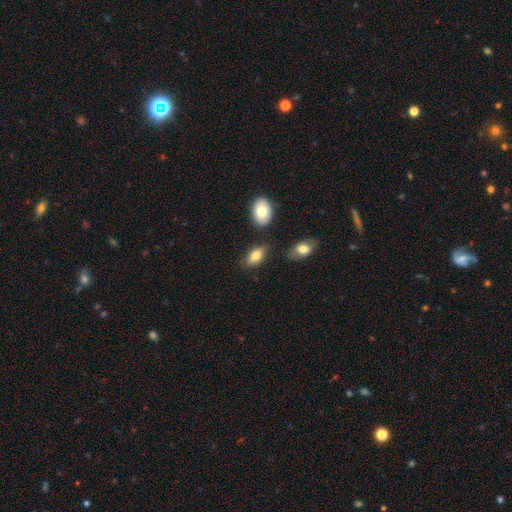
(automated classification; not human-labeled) This appears to be a smooth galaxy with no disk features (77%) that is in between round and cigar-shaped (89%). Merging: none (77%).